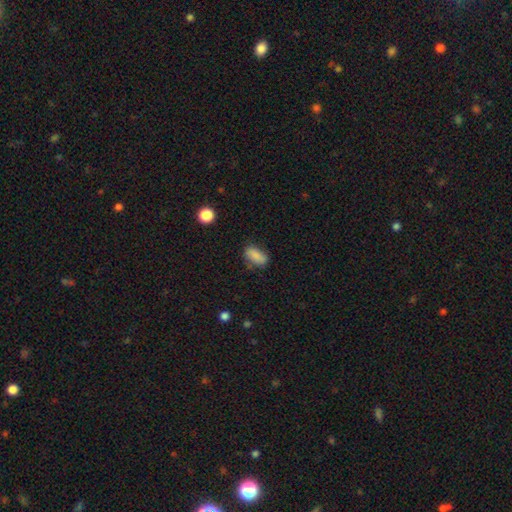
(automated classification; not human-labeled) smooth 84%, star or artifact 8%, featured or disk 7%. Down the decision tree: how rounded — in between (88%); merging — none (72%).